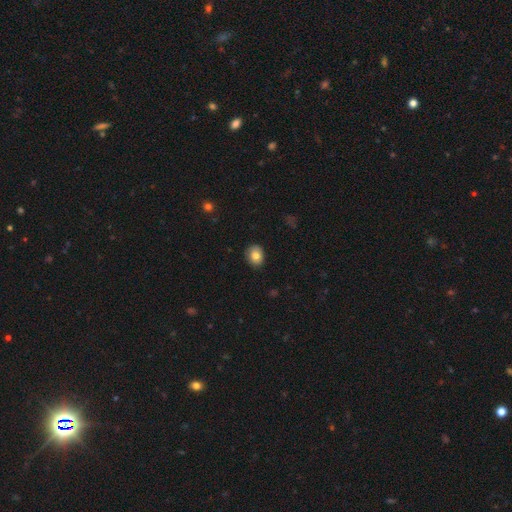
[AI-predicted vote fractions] smooth-or-featured: smooth: 83% | featured or disk: 9% | star or artifact: 8%
  how-rounded: round: 54% | in between: 45% | cigar-shaped: 1%
  merging: none: 85% | minor disturbance: 11% | major disturbance: 2% | merger: 1%